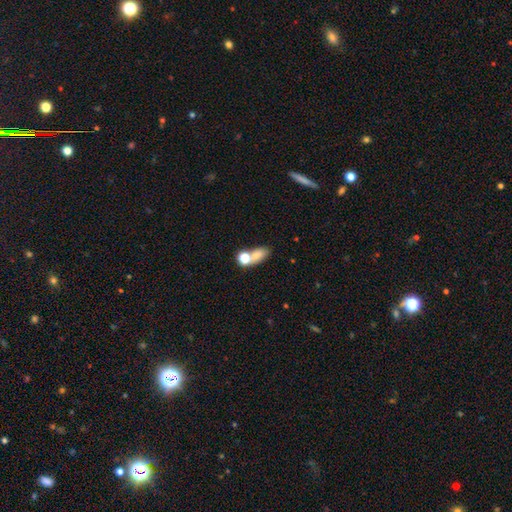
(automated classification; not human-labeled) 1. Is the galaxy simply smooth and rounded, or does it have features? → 72% smooth, 14% star or artifact, 14% featured or disk.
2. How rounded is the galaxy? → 70% in between, 21% round, 8% cigar-shaped.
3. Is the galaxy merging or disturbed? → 44% none, 38% merger, 11% minor disturbance, 7% major disturbance.